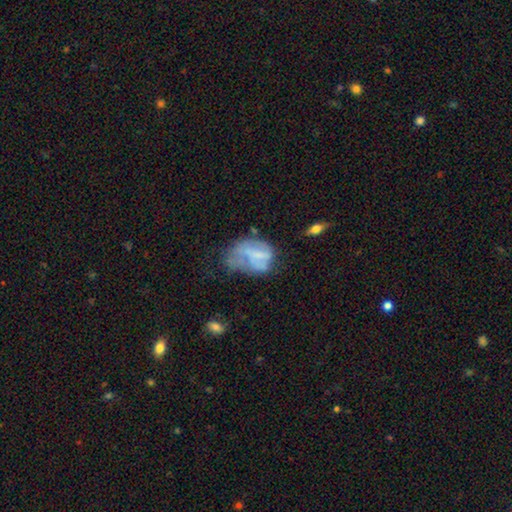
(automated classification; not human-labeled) Q: Smooth or featured?
A: featured or disk (48%); runner-up: smooth (41%)
Q: Merging?
A: major disturbance (41%); runner-up: minor disturbance (28%)